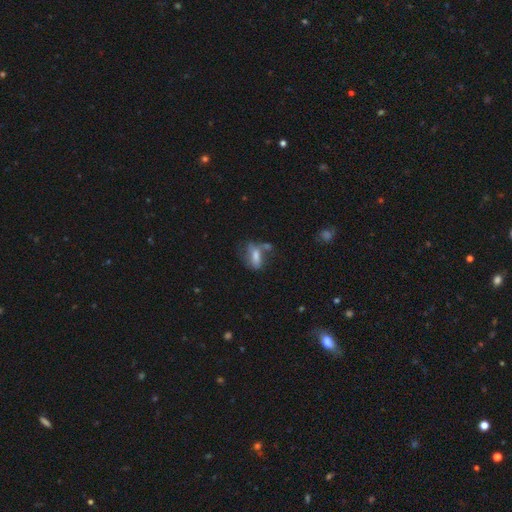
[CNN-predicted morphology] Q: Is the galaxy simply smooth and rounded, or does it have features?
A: smooth — 55%.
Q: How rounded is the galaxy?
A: in between — 72%.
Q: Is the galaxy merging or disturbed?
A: none — 36%.